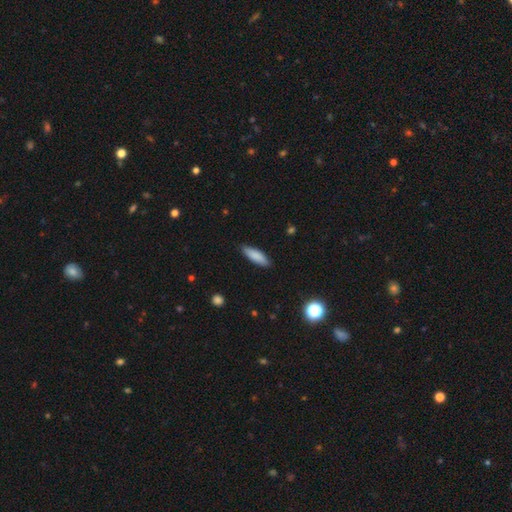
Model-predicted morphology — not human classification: A smooth galaxy with no disk features (86%) that is cigar-shaped (51%). Merging: none (86%).